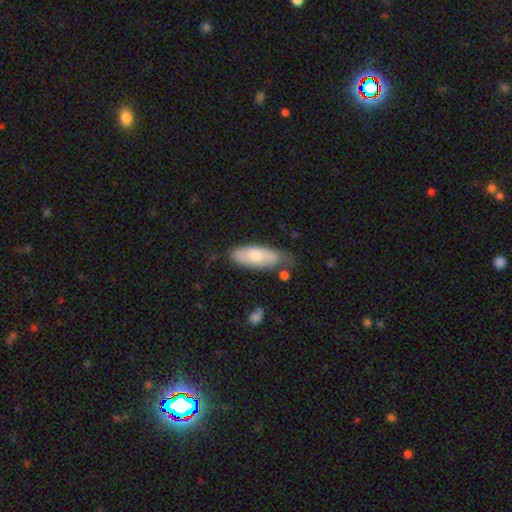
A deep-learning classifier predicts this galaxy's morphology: Smooth or featured? Predicted: smooth (p=0.71). How rounded? Predicted: in between (p=0.73). Merging? Predicted: none (p=0.54).